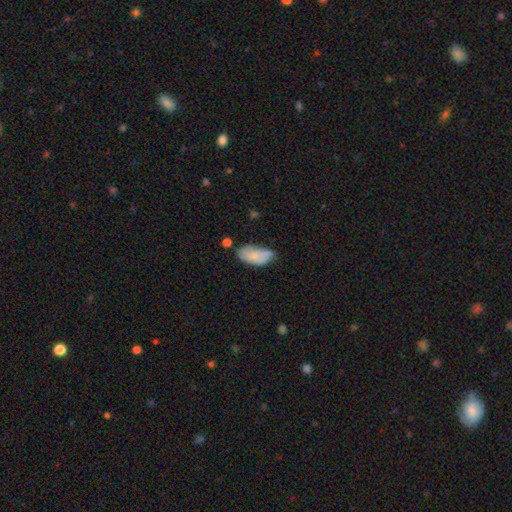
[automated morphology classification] Smooth or featured? smooth (78%)
How rounded? in between (92%)
Merging? none (50%)